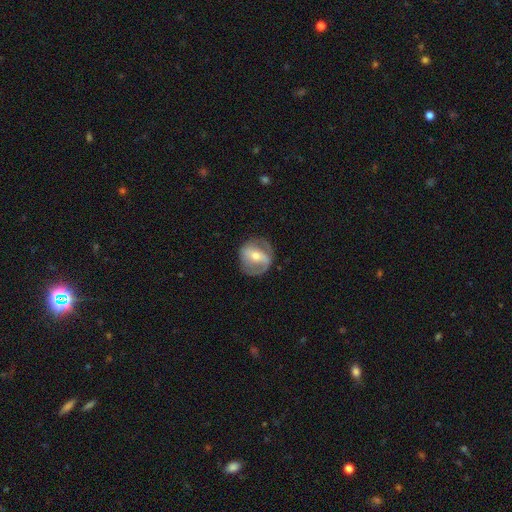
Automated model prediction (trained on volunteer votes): smooth-or-featured: featured or disk: 65% | smooth: 29% | star or artifact: 6%
  disk-edge-on: no: 94% | yes: 6%
    bar: strong: 46% | weak: 33% | no: 21%
    has-spiral-arms: yes: 57% | no: 43%
    bulge-size: moderate: 62% | small: 31% | large: 5% | none: 1% | dominant: 1%
  merging: none: 75% | minor disturbance: 16% | major disturbance: 8% | merger: 1%